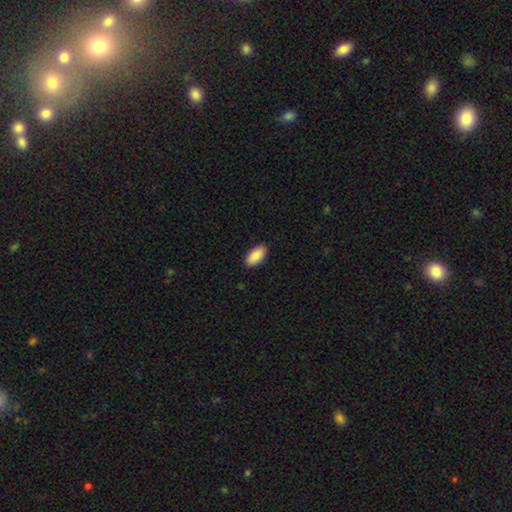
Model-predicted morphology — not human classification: Smooth or featured?
  - smooth: 89% *
  - star or artifact: 6%
  - featured or disk: 5%
How rounded?
  - in between: 93% *
  - cigar-shaped: 5%
  - round: 2%
Merging?
  - none: 89% *
  - minor disturbance: 8%
  - major disturbance: 2%
  - merger: 1%